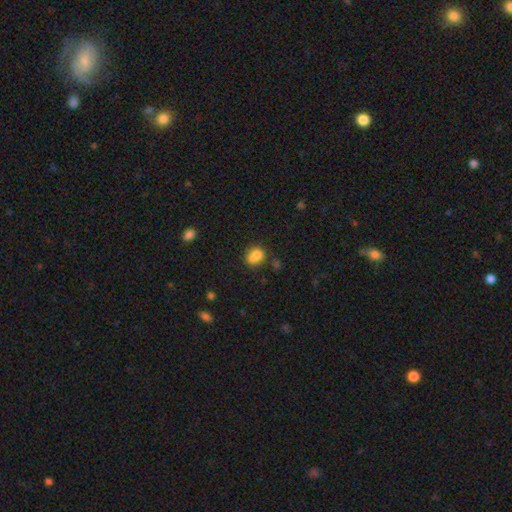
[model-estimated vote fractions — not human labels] smooth_or_featured: smooth (p=0.77) [alt: featured or disk p=0.11]
how_rounded: in between (p=0.52) [alt: round p=0.47]
merging: none (p=0.43) [alt: merger p=0.31]